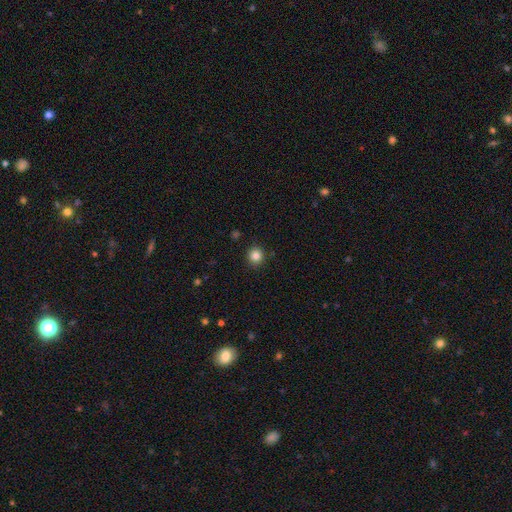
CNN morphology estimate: type=smooth (84%); roundness=round (93%); merging=none (91%).